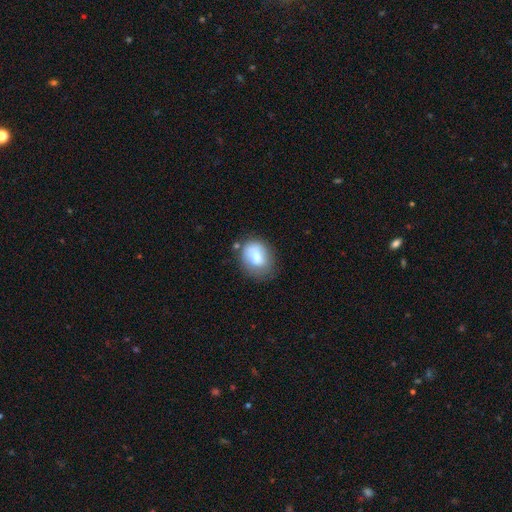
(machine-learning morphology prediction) Smooth or featured? Predicted: smooth (p=0.76). How rounded? Predicted: in between (p=0.59). Merging? Predicted: none (p=0.59).